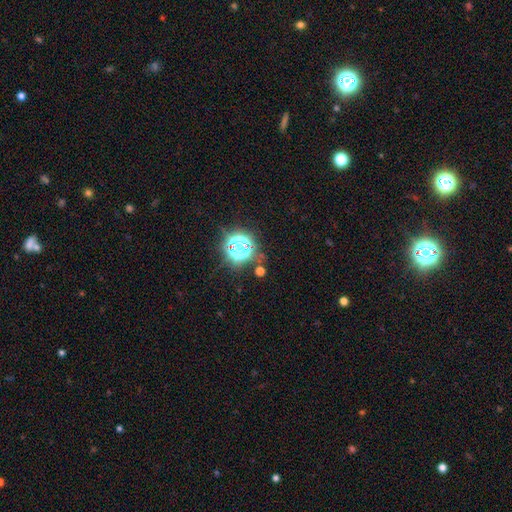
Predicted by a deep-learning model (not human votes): Smooth or featured?
  - star or artifact: 74% *
  - smooth: 18%
  - featured or disk: 8%